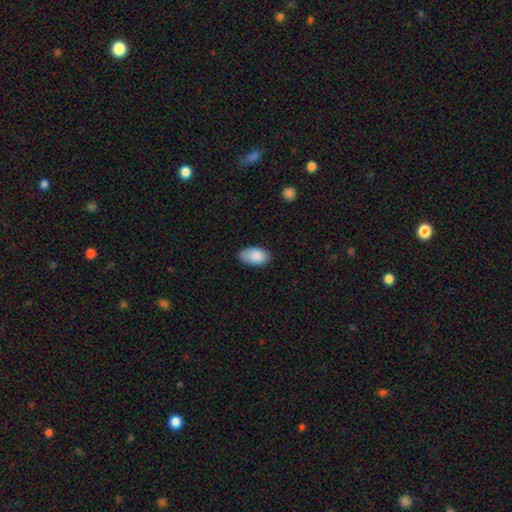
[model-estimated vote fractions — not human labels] The model was most divided on "merging": none: 77%, minor disturbance: 19%, major disturbance: 3%, merger: 1%. More confident: how rounded — in between (94%); smooth or featured — smooth (88%).